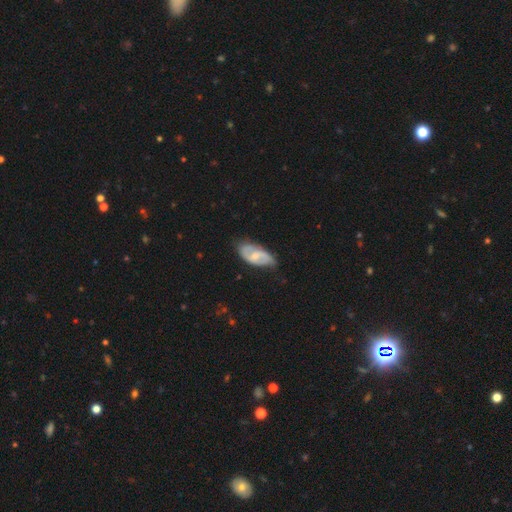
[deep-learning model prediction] smooth-or-featured: featured or disk: 66% | smooth: 29% | star or artifact: 5%
  disk-edge-on: no: 95% | yes: 5%
    bar: weak: 53% | no: 34% | strong: 13%
    has-spiral-arms: yes: 86% | no: 14%
      spiral-winding: medium: 46% | loose: 29% | tight: 25%
      spiral-arm-count: 2: 80% | can't tell: 12% | 1: 4% | 3: 2% | 4: 1% | more than 4: 1%
    bulge-size: small: 47% | moderate: 44% | none: 6% | large: 2% | dominant: 1%
  merging: none: 66% | minor disturbance: 26% | major disturbance: 6% | merger: 2%